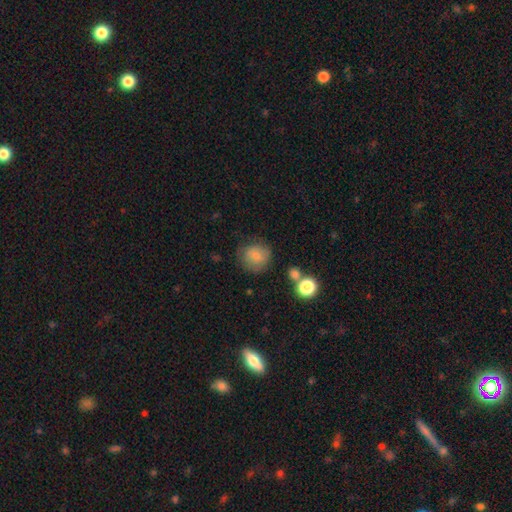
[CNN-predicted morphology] This appears to be a smooth galaxy with no disk features (79%) that is round (85%). Merging: none (72%).